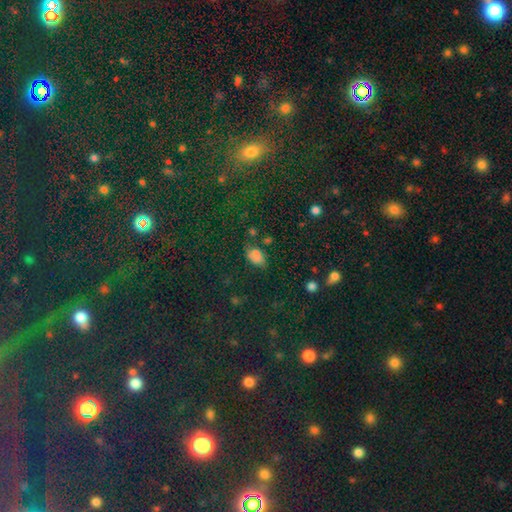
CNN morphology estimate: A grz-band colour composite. It shows a smooth galaxy with no disk features (63%) that is in between round and cigar-shaped (87%). Merging: none (69%).